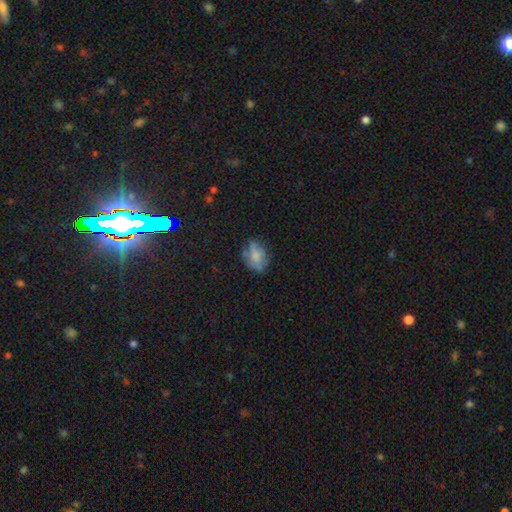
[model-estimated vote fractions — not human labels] The model was most divided on "merging": none: 61%, minor disturbance: 25%, major disturbance: 11%, merger: 2%. More confident: how rounded — in between (73%); smooth or featured — smooth (64%).